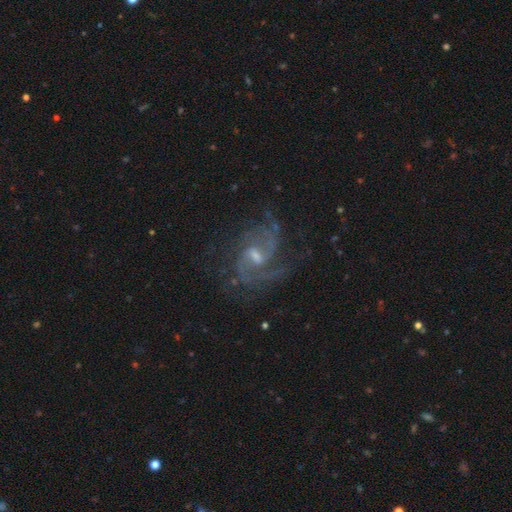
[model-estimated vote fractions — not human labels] This appears to be a featured or disk galaxy (84%) with a weak bar (55%), 2 (50%) medium (50%) spiral arms (95%) and a small central bulge (45%). Merging: none (64%).